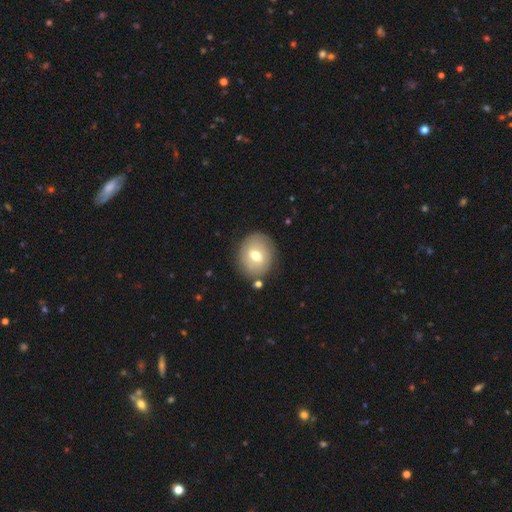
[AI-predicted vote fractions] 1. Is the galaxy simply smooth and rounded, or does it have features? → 57% smooth, 34% featured or disk, 8% star or artifact.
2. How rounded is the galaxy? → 63% round, 36% in between, 1% cigar-shaped.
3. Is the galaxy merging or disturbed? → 81% none, 12% minor disturbance, 4% merger, 4% major disturbance.